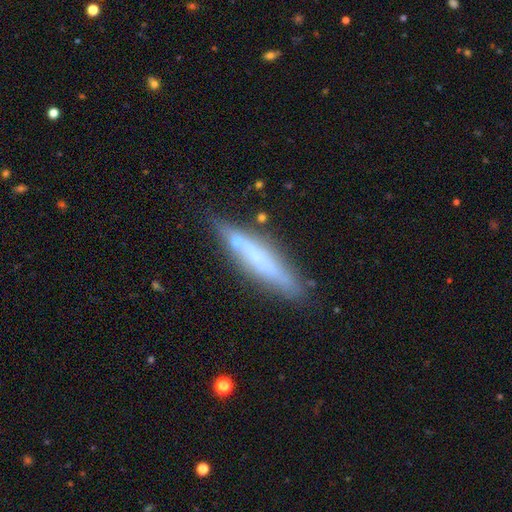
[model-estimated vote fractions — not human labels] Smooth or featured?
  - featured or disk: 56% *
  - smooth: 37%
  - star or artifact: 8%
Edge-on disk?
  - yes: 87% *
  - no: 13%
Merging?
  - none: 73% *
  - minor disturbance: 19%
  - major disturbance: 5%
  - merger: 4%